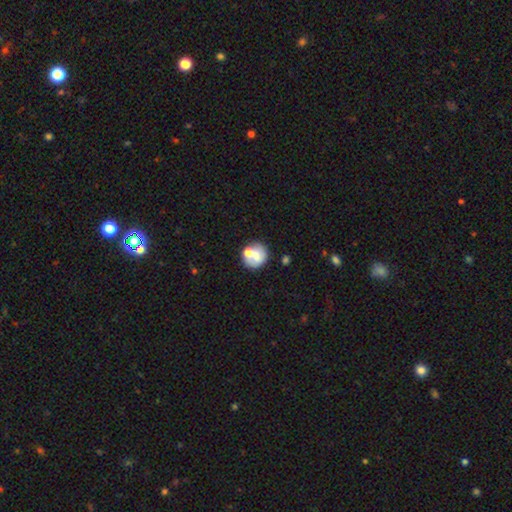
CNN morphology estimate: Smooth or featured?
  - smooth: 62% *
  - featured or disk: 28%
  - star or artifact: 9%
How rounded?
  - round: 81% *
  - in between: 18%
  - cigar-shaped: 1%
Merging?
  - none: 53% *
  - merger: 27%
  - minor disturbance: 14%
  - major disturbance: 6%